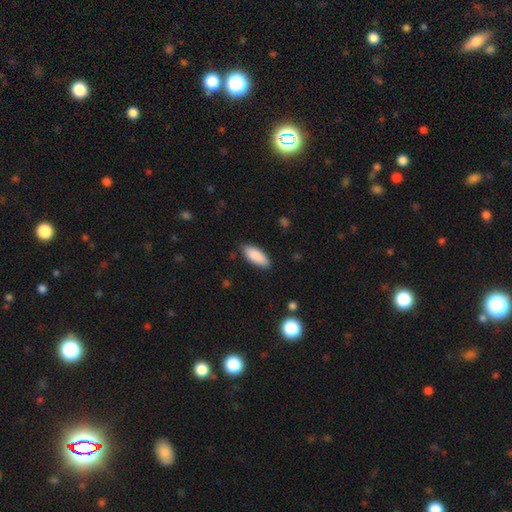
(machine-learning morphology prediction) Smooth or featured?
  - smooth: 89% *
  - star or artifact: 6%
  - featured or disk: 5%
How rounded?
  - in between: 81% *
  - cigar-shaped: 18%
  - round: 2%
Merging?
  - none: 85% *
  - minor disturbance: 11%
  - major disturbance: 2%
  - merger: 1%